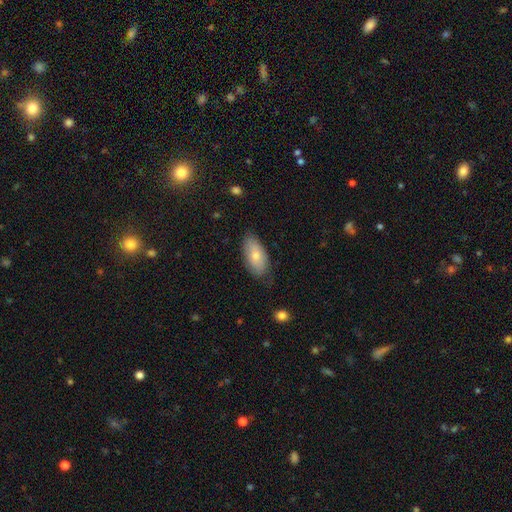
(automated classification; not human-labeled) The model was most divided on "merging": none: 74%, minor disturbance: 21%, major disturbance: 4%, merger: 1%. More confident: how rounded — in between (90%); smooth or featured — smooth (74%).